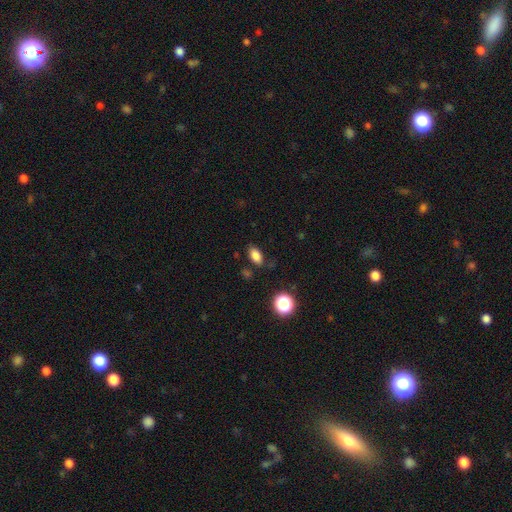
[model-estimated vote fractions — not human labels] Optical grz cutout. It shows a smooth galaxy with no disk features (83%) that is in between round and cigar-shaped (88%). Merging: none (80%).